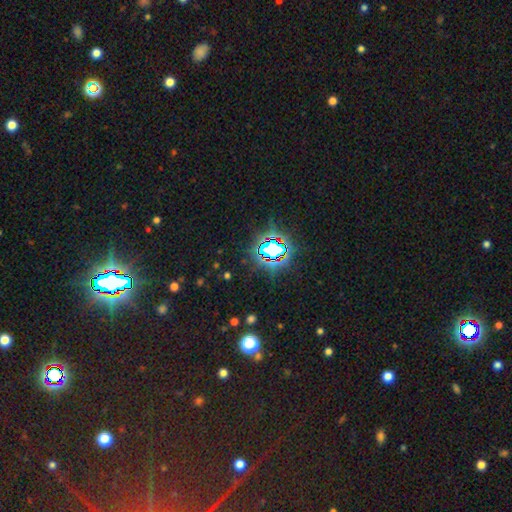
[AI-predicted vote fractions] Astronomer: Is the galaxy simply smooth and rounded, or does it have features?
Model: star or artifact — 83%.